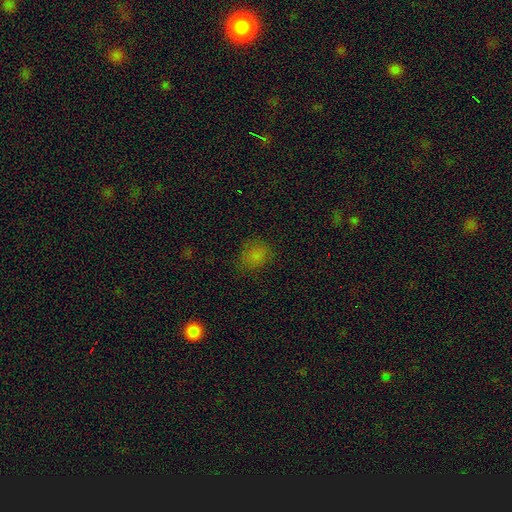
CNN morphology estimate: Q: Smooth or featured?
A: smooth (76%); runner-up: star or artifact (17%)
Q: How rounded?
A: round (62%); runner-up: in between (37%)
Q: Merging?
A: none (72%); runner-up: minor disturbance (20%)